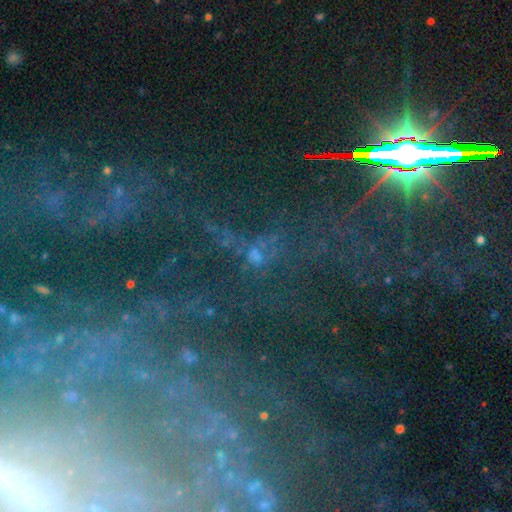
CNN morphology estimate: Smooth or featured: star or artifact — 70% (featured or disk — 18%)